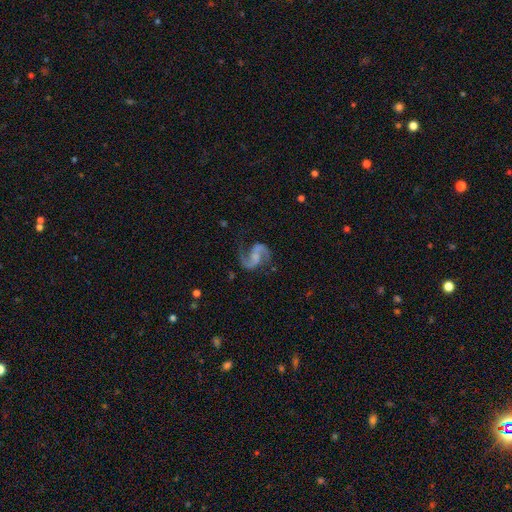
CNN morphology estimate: The model was most divided on "bar": no: 42%, weak: 40%, strong: 18%. Remaining: edge-on disk — no (98%); spiral arms — yes (98%); spiral arm count — 2 (94%); smooth or featured — featured or disk (91%); merging — none (75%); bulge size — none (50%); spiral winding — medium (49%).